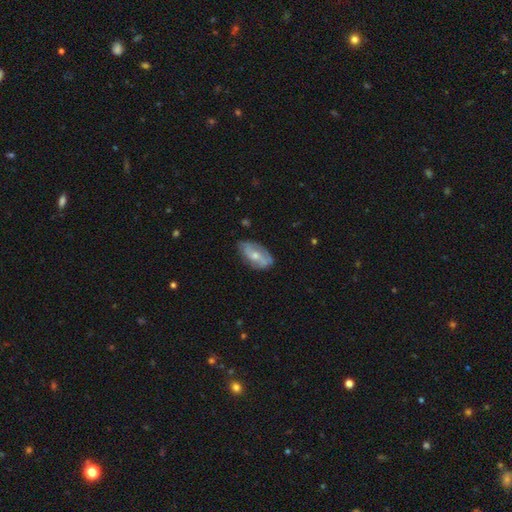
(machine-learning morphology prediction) featured or disk 58%, smooth 36%, star or artifact 6%. Down the decision tree: edge-on disk — no (90%); bar — no (50%); spiral arms — yes (69%); bulge size — moderate (53%); merging — none (70%).